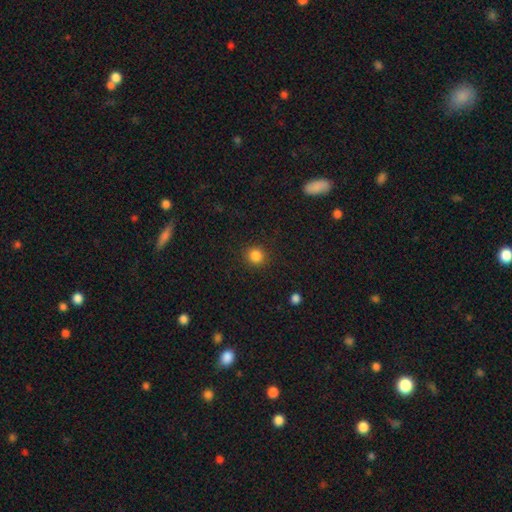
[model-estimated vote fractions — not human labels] The model was most divided on "smooth or featured": smooth: 85%, star or artifact: 12%, featured or disk: 4%. More confident: how rounded — round (90%); merging — none (90%).